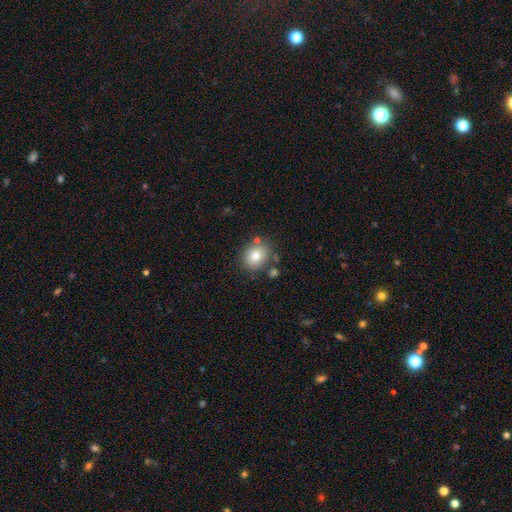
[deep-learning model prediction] Morphology: type=smooth (77%); roundness=round (56%); merging=none (75%).